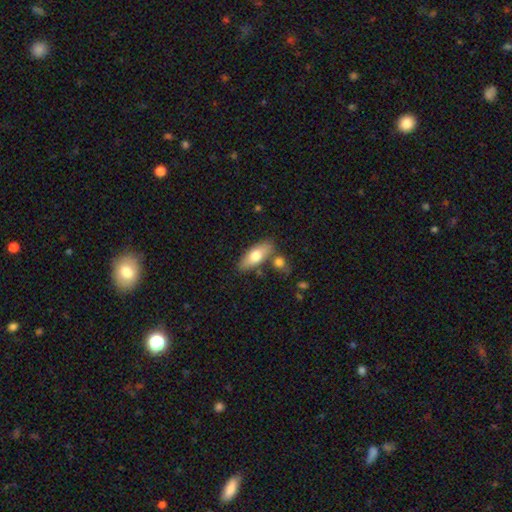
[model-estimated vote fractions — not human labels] Smooth or featured?
  - smooth: 68% *
  - featured or disk: 26%
  - star or artifact: 6%
How rounded?
  - in between: 72% *
  - cigar-shaped: 25%
  - round: 3%
Merging?
  - none: 73% *
  - merger: 12%
  - minor disturbance: 12%
  - major disturbance: 3%